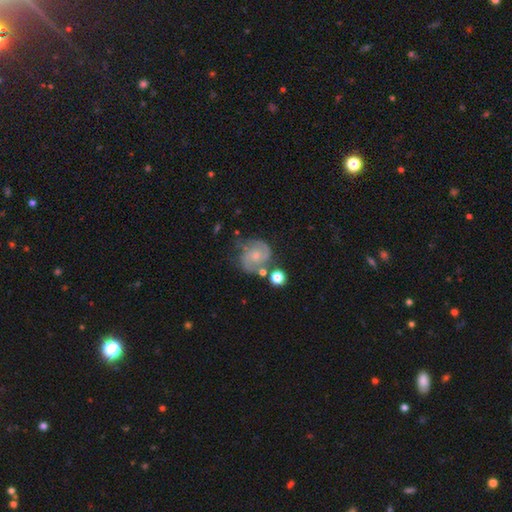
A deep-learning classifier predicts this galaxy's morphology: Smooth or featured?
  - featured or disk: 74% *
  - smooth: 18%
  - star or artifact: 8%
Edge-on disk?
  - no: 98% *
  - yes: 2%
Bar?
  - no: 71% *
  - weak: 25%
  - strong: 4%
Spiral arms?
  - yes: 93% *
  - no: 7%
Spiral winding?
  - medium: 47% *
  - tight: 38%
  - loose: 15%
Spiral arm count?
  - 2: 76% *
  - can't tell: 11%
  - 3: 7%
  - 1: 3%
  - 4: 2%
  - more than 4: 2%
Bulge size?
  - small: 61% *
  - moderate: 32%
  - none: 5%
  - large: 2%
  - dominant: 1%
Merging?
  - none: 59% *
  - minor disturbance: 21%
  - merger: 10%
  - major disturbance: 10%